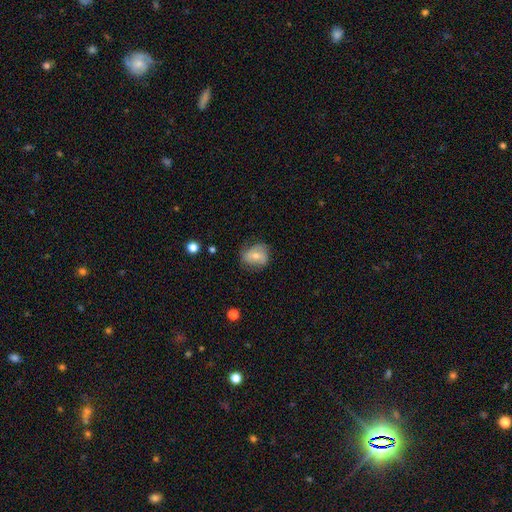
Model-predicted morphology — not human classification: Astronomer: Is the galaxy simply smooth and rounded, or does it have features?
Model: smooth — 59%.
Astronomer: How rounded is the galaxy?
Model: round — 52% (runner-up: in between, 47%).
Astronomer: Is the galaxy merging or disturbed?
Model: none — 63%.